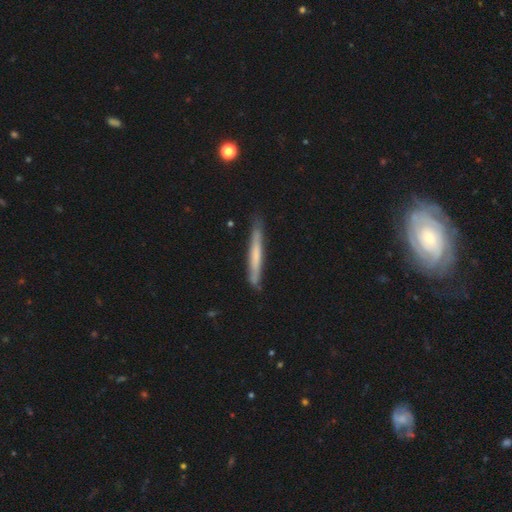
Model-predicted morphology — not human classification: A smooth galaxy with no disk features (54%) that is cigar-shaped (96%). Merging: none (80%).